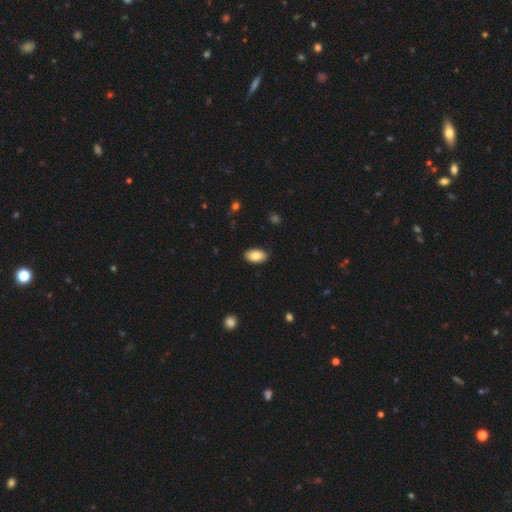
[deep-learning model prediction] Morphology: type=smooth (85%); roundness=in between (94%); merging=none (87%).